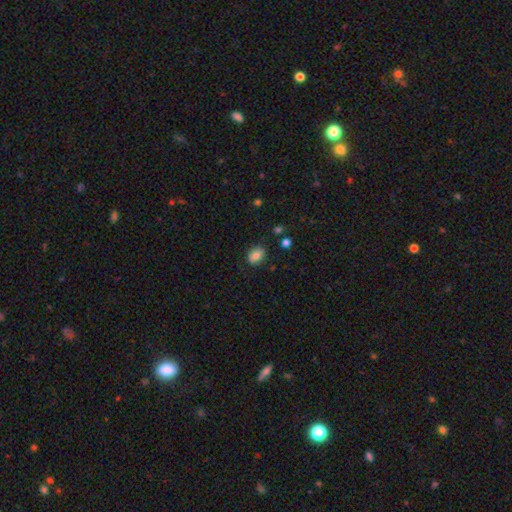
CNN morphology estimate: A smooth galaxy with no disk features (79%) that is in between round and cigar-shaped (66%).

Vote fractions:
- Smooth or featured? smooth: 79% / featured or disk: 11% / star or artifact: 10%
- How rounded? in between: 66% / round: 33% / cigar-shaped: 1%
- Merging? none: 81% / minor disturbance: 14% / major disturbance: 3% / merger: 2%